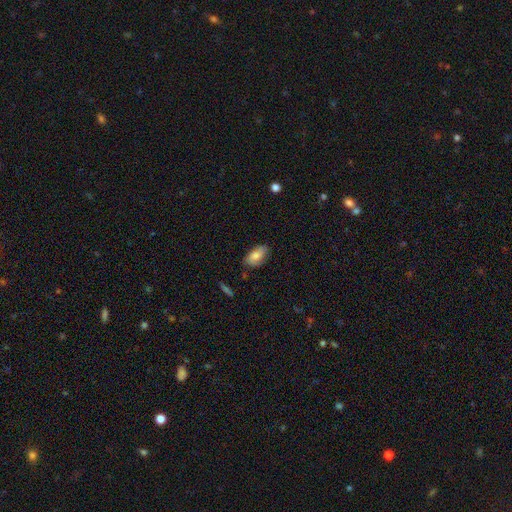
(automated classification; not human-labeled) The model was most divided on "merging": none: 75%, minor disturbance: 20%, major disturbance: 4%, merger: 2%. More confident: how rounded — in between (92%); smooth or featured — smooth (74%).